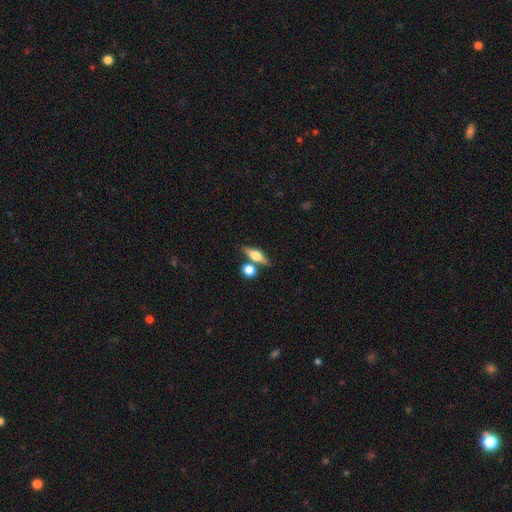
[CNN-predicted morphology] A smooth galaxy with no disk features (47%).

Vote fractions:
- Smooth or featured? smooth: 47% / featured or disk: 45% / star or artifact: 8%
- Merging? none: 70% / merger: 16% / minor disturbance: 10% / major disturbance: 3%